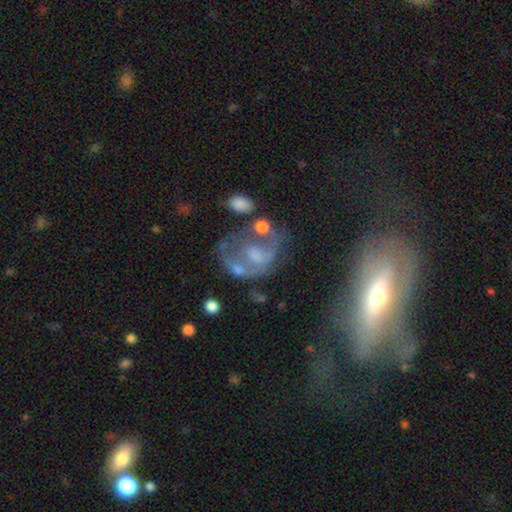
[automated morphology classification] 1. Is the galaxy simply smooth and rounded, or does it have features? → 60% featured or disk, 25% smooth, 15% star or artifact.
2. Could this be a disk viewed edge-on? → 95% no, 5% yes.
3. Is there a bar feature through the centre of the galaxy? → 70% no, 23% weak, 7% strong.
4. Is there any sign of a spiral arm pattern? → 56% no, 44% yes.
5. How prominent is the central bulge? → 33% moderate, 31% small, 27% none, 6% large, 2% dominant.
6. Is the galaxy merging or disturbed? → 37% none, 29% major disturbance, 18% minor disturbance, 16% merger.